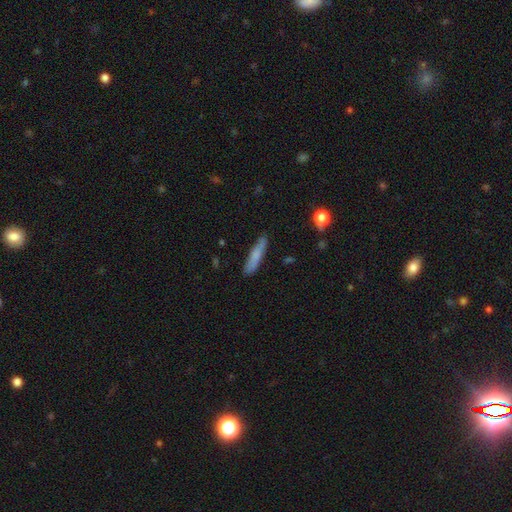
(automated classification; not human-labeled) This appears to be a smooth galaxy with no disk features (72%) that is cigar-shaped (88%). Merging: none (84%).